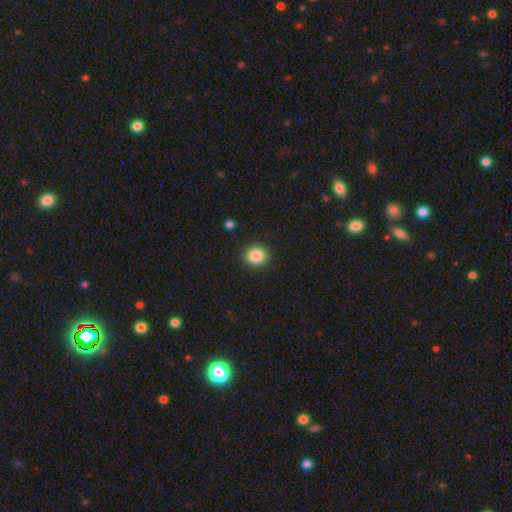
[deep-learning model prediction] smooth 87%, star or artifact 10%, featured or disk 4%. Down the decision tree: how rounded — round (83%); merging — none (89%).